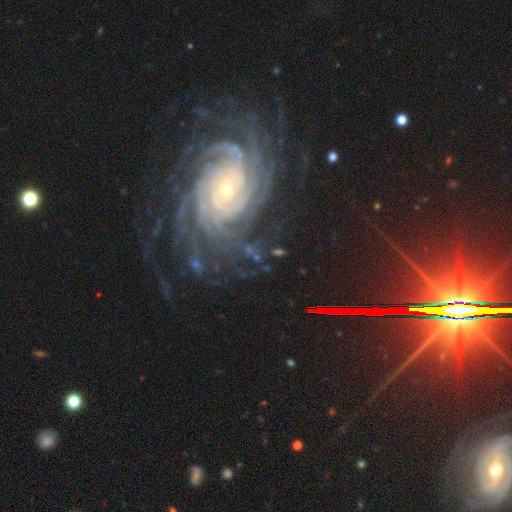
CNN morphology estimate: A featured or disk galaxy (84%) with no bar (69%), more than 4 (36%) tight (78%) spiral arms (98%) and a small central bulge (79%). Merging: none (74%).